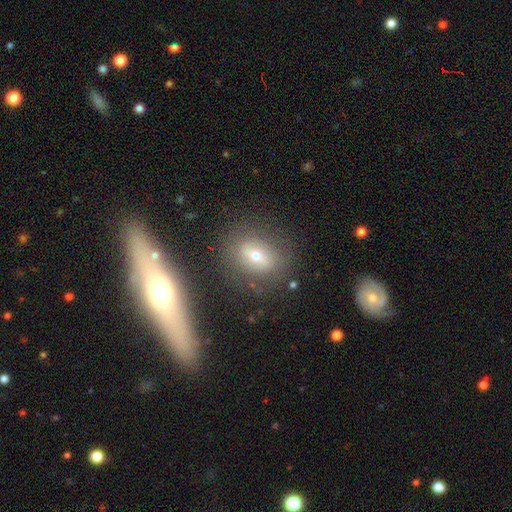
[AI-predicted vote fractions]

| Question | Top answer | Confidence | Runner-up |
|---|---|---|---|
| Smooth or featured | smooth | 54% | featured or disk (31%) |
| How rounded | in between | 54% | round (43%) |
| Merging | none | 79% | minor disturbance (12%) |